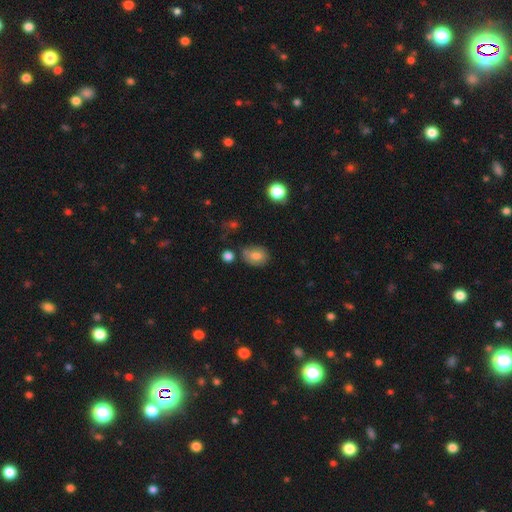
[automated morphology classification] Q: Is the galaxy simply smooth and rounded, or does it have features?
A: smooth — 76%.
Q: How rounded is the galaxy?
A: in between — 61%.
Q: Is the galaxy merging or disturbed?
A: none — 69%.